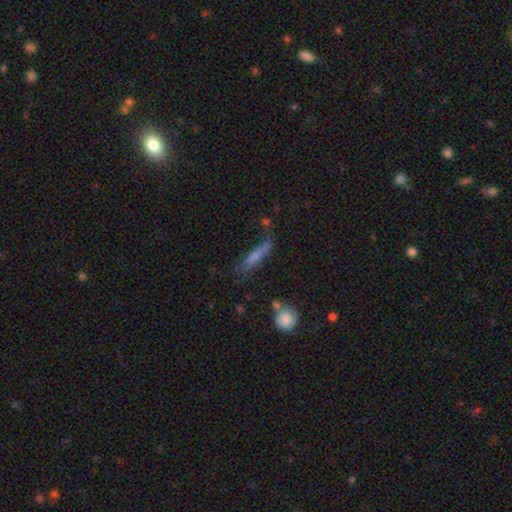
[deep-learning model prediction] smooth-or-featured: smooth: 63% | featured or disk: 28% | star or artifact: 9%
  how-rounded: cigar-shaped: 85% | in between: 12% | round: 2%
  merging: none: 56% | minor disturbance: 26% | major disturbance: 11% | merger: 7%